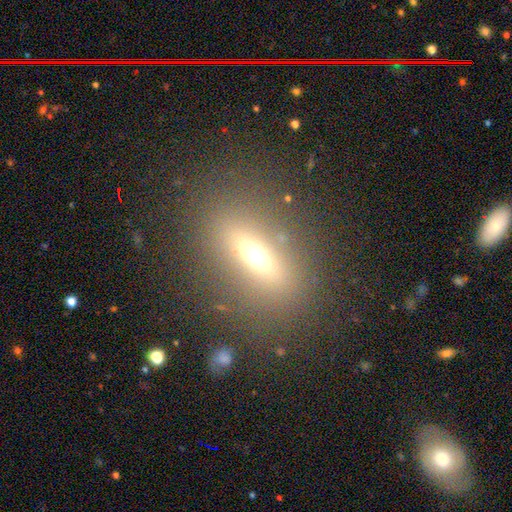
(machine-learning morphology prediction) Overall: smooth (48%; featured or disk 34%). Merging: none (82%).